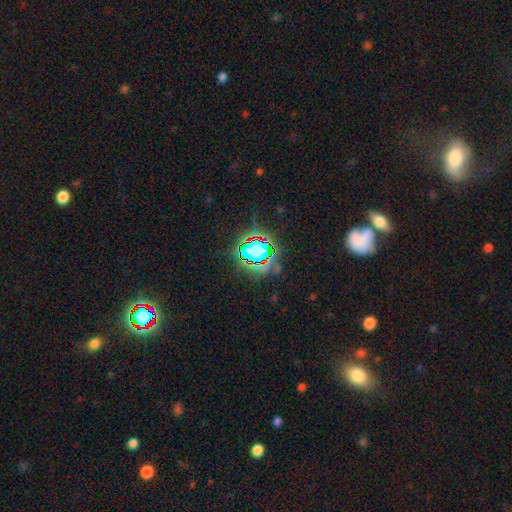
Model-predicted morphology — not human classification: Smooth or featured?
  - star or artifact: 74% *
  - smooth: 15%
  - featured or disk: 11%